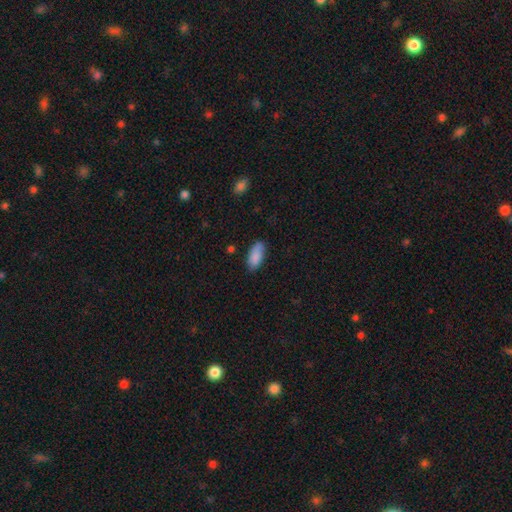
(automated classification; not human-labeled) A smooth galaxy with no disk features (87%) that is in between round and cigar-shaped (86%).

Vote fractions:
- Smooth or featured? smooth: 87% / featured or disk: 6% / star or artifact: 6%
- How rounded? in between: 86% / cigar-shaped: 12% / round: 2%
- Merging? none: 78% / minor disturbance: 18% / major disturbance: 3% / merger: 2%